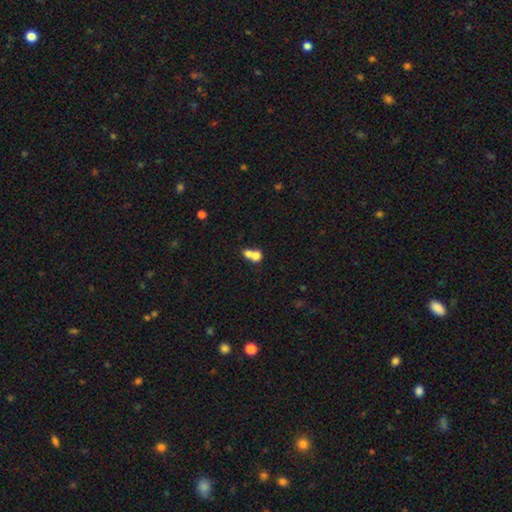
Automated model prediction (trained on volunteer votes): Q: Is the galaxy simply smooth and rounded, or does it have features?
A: smooth — 71%.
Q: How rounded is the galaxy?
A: round — 54%.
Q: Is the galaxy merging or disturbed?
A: merger — 72%.